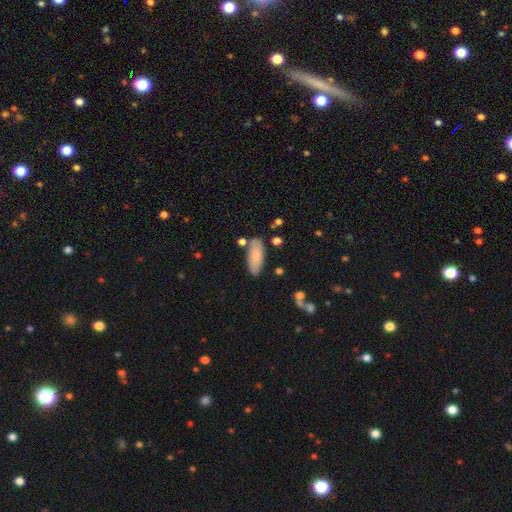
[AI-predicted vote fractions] Smooth or featured?
  - smooth: 80% *
  - featured or disk: 14%
  - star or artifact: 6%
How rounded?
  - in between: 79% *
  - cigar-shaped: 20%
  - round: 2%
Merging?
  - none: 77% *
  - minor disturbance: 14%
  - merger: 6%
  - major disturbance: 3%